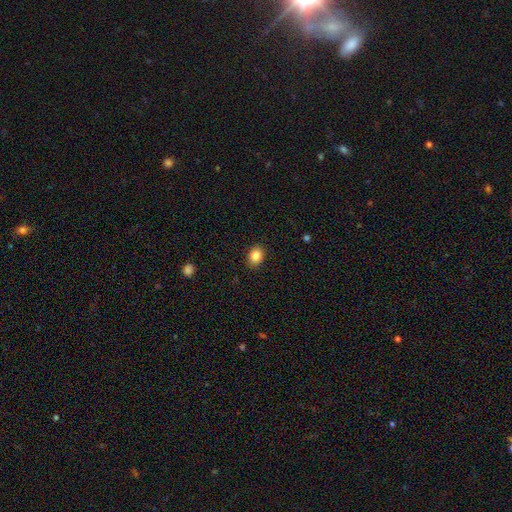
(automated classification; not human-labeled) Smooth or featured? smooth (85%)
How rounded? in between (57%)
Merging? none (90%)